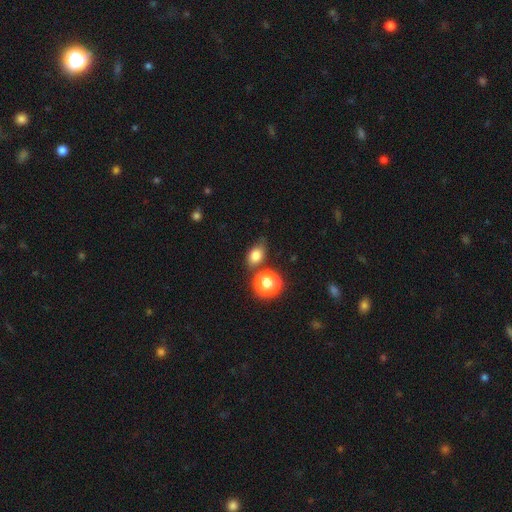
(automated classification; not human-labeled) smooth_or_featured: smooth (p=0.78) [alt: star or artifact p=0.14]
how_rounded: in between (p=0.71) [alt: round p=0.27]
merging: none (p=0.66) [alt: minor disturbance p=0.18]